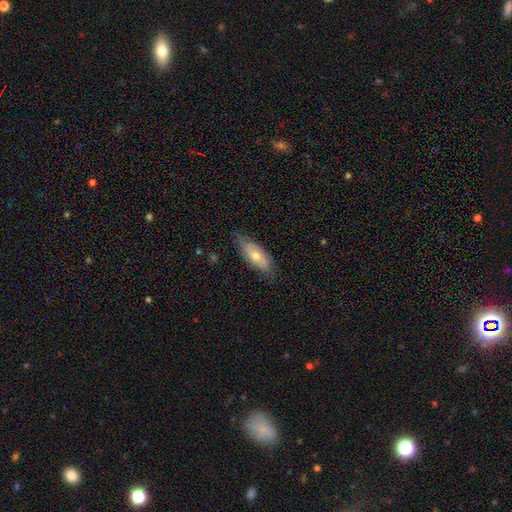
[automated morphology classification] This is possibly a smooth galaxy (55%). How rounded: likely in between (71%). Merging: likely none (74%).